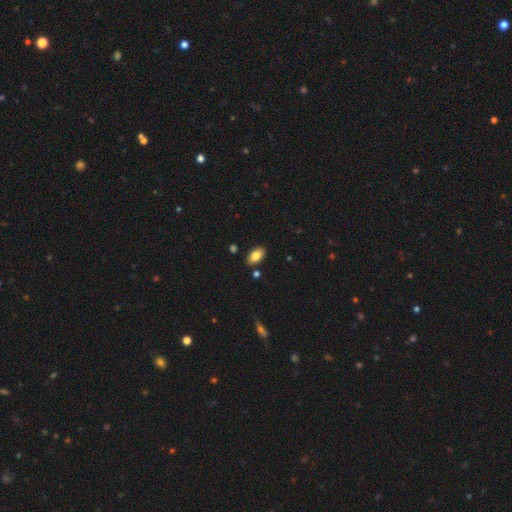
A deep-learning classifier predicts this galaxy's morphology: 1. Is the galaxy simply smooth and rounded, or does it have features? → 82% smooth, 10% featured or disk, 8% star or artifact.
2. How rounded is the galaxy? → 94% in between, 4% round, 2% cigar-shaped.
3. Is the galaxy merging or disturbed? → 86% none, 9% minor disturbance, 3% merger, 2% major disturbance.